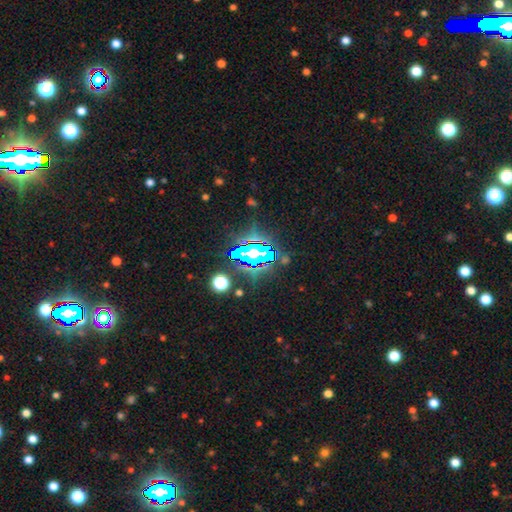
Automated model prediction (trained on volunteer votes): Morphology: type=star or artifact (69%).